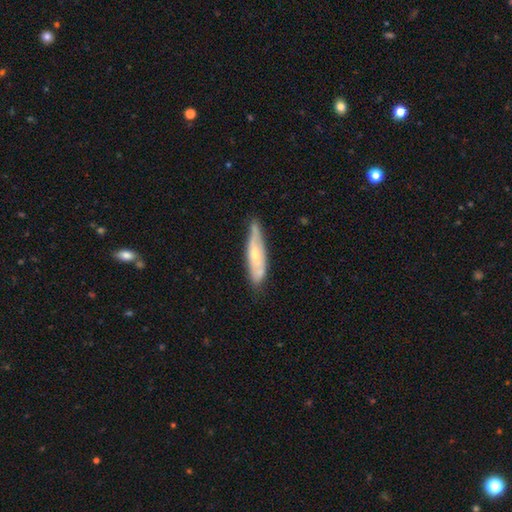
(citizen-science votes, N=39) smooth-or-featured: featured or disk: 56% | smooth: 41% | star or artifact: 3%
  disk-edge-on: no: 55% | yes: 45%
    bar: no: 58% | weak: 42% | strong: 0%
    has-spiral-arms: no: 58% | yes: 42%
    bulge-size: moderate: 58% | large: 17% | small: 17% | none: 8% | dominant: 0%
  merging: none: 68% | minor disturbance: 21% | merger: 8% | major disturbance: 3%